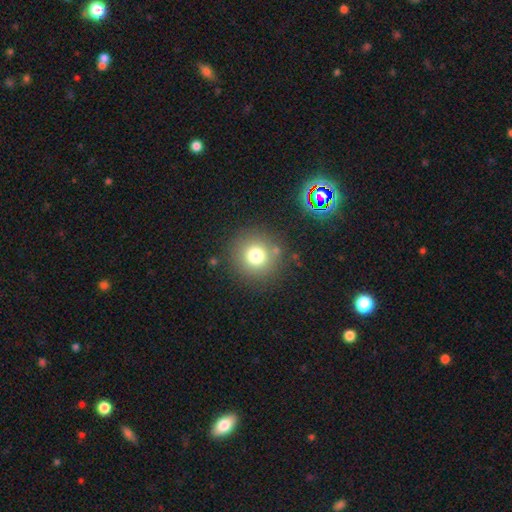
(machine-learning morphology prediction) type=smooth (75%); roundness=round (95%); merging=none (85%).